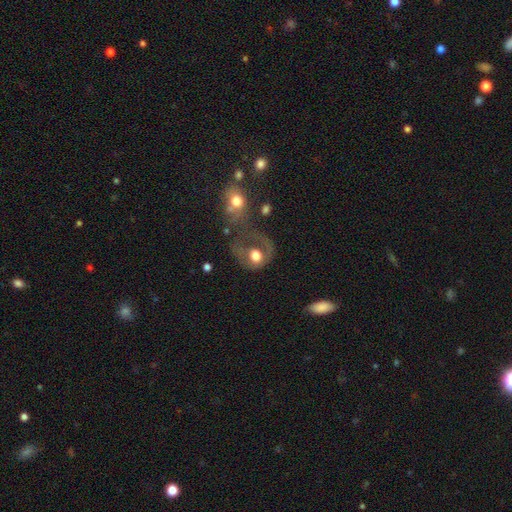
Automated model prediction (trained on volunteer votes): A smooth galaxy with no disk features (49%).

Vote fractions:
- Smooth or featured? smooth: 49% / featured or disk: 42% / star or artifact: 9%
- Merging? major disturbance: 42% / none: 22% / merger: 20% / minor disturbance: 16%